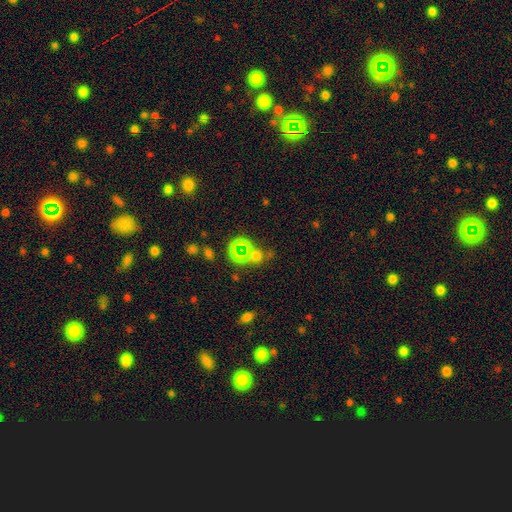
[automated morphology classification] A star or artifact, not a galaxy (47%).

Vote fractions:
- Smooth or featured? star or artifact: 47% / smooth: 43% / featured or disk: 9%